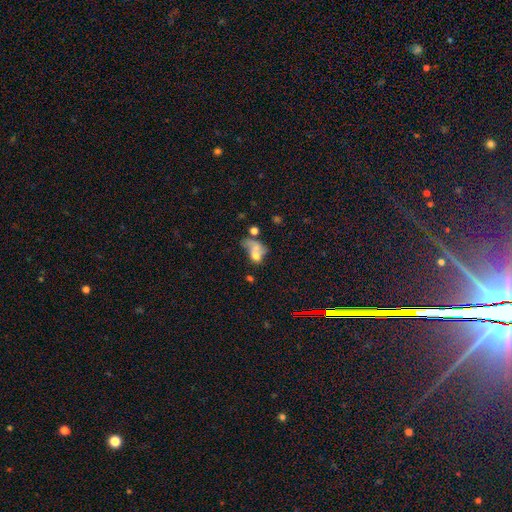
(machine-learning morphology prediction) type=smooth (58%); roundness=in between (74%); merging=merger (37%).